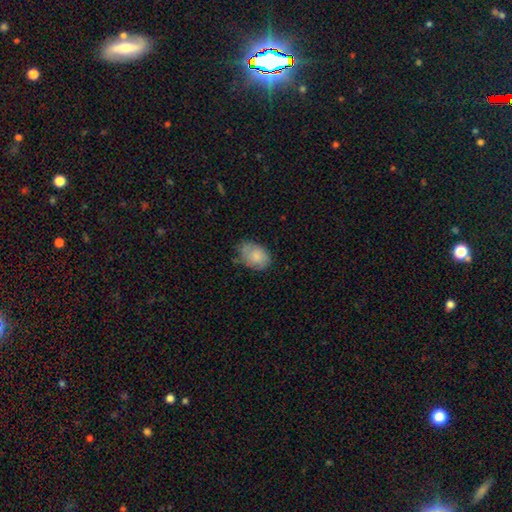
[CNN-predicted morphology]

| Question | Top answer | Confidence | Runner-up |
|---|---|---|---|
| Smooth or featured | smooth | 78% | featured or disk (15%) |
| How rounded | in between | 79% | round (20%) |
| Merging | none | 56% | minor disturbance (32%) |